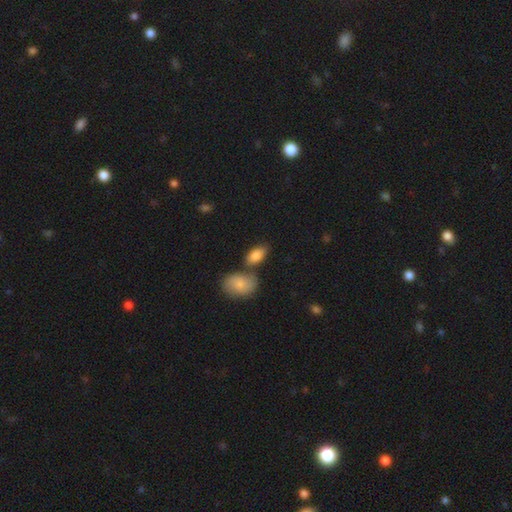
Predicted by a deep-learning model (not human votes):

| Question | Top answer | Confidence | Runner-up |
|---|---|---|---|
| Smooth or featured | smooth | 85% | featured or disk (9%) |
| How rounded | in between | 91% | round (6%) |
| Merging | none | 60% | merger (22%) |